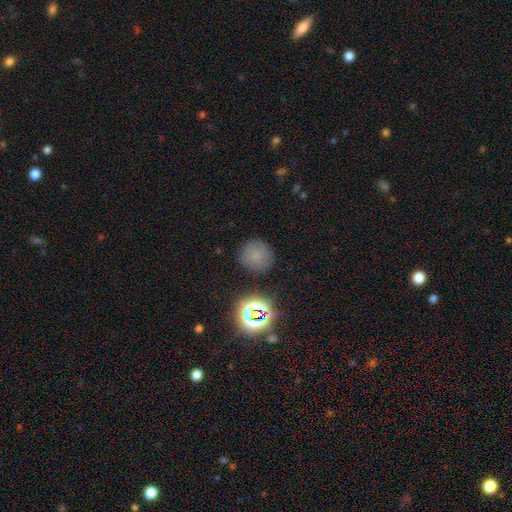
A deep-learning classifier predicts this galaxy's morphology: This is likely a smooth galaxy (67%). How rounded: clearly round (87%). Merging: clearly none (83%).